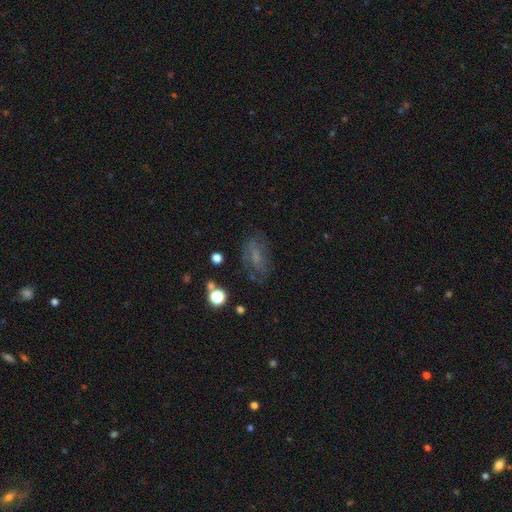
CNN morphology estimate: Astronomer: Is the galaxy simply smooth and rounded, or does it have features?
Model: smooth — 45% (runner-up: featured or disk, 39%).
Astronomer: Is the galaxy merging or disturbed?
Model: none — 64%.